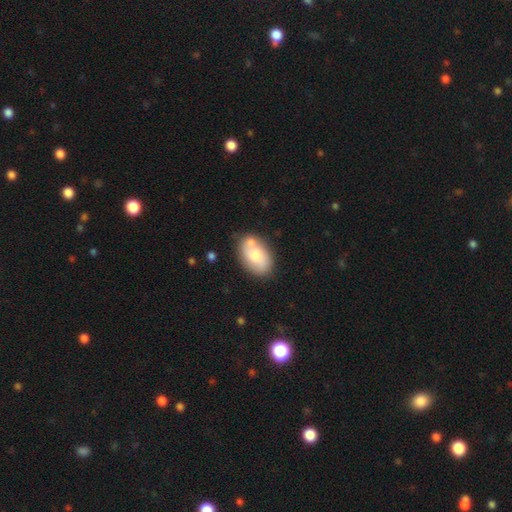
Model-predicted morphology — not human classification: Smooth or featured? smooth (64%)
How rounded? in between (89%)
Merging? none (56%)